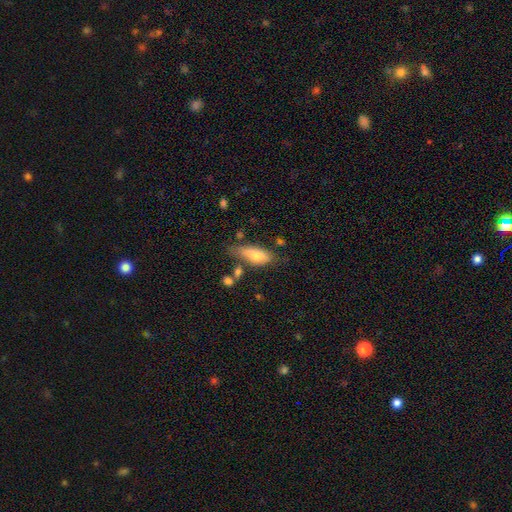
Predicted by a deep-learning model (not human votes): smooth 67%, featured or disk 25%, star or artifact 8%. Down the decision tree: how rounded — in between (63%); merging — none (62%).